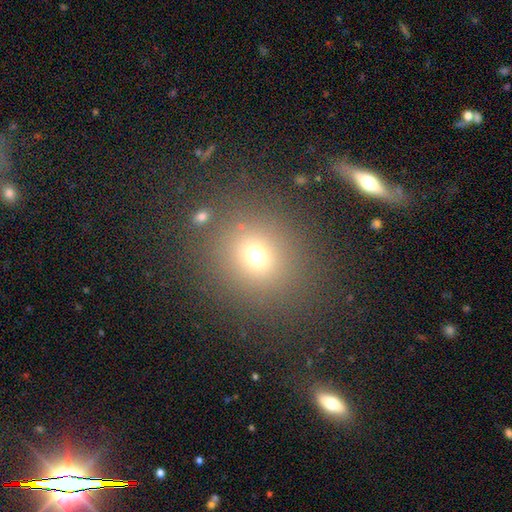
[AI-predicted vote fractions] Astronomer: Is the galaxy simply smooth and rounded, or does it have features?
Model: smooth — 68%.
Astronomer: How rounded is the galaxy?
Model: round — 81%.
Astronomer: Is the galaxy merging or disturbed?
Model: none — 82%.